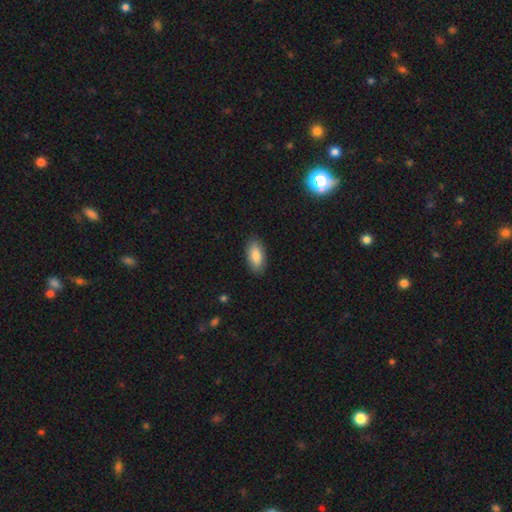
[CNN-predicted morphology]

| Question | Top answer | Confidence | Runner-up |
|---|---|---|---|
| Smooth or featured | smooth | 85% | featured or disk (9%) |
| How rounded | in between | 90% | cigar-shaped (7%) |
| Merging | none | 87% | minor disturbance (9%) |